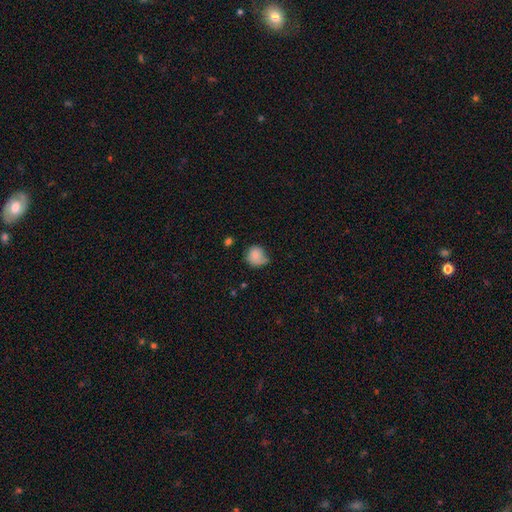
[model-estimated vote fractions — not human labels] Smooth or featured?
  - smooth: 82% *
  - featured or disk: 9%
  - star or artifact: 9%
How rounded?
  - round: 80% *
  - in between: 19%
  - cigar-shaped: 1%
Merging?
  - none: 50% *
  - minor disturbance: 35%
  - major disturbance: 10%
  - merger: 5%